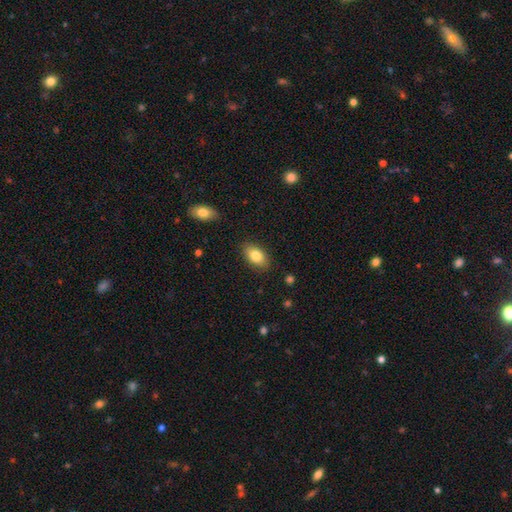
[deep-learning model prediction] Morphology: type=smooth (82%); roundness=in between (90%); merging=none (86%).